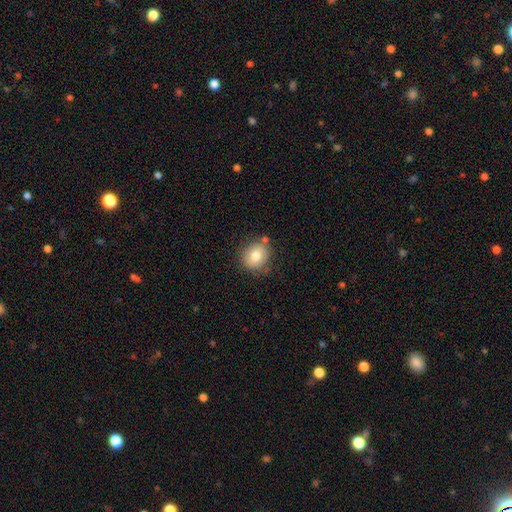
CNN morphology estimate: smooth-or-featured: smooth: 77% | featured or disk: 14% | star or artifact: 9%
  how-rounded: round: 73% | in between: 27% | cigar-shaped: 1%
  merging: none: 74% | minor disturbance: 15% | merger: 7% | major disturbance: 4%